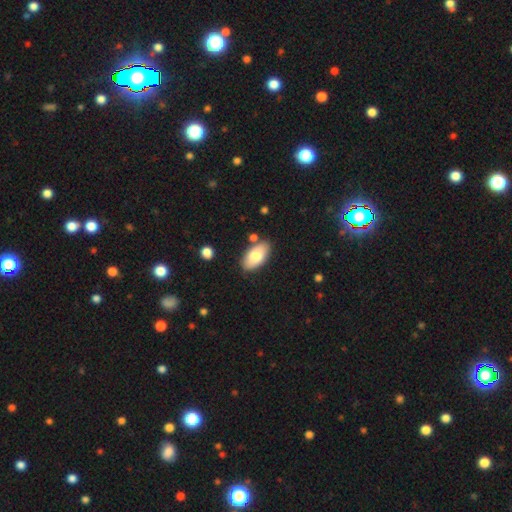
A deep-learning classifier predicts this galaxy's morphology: Overall: smooth (76%). How rounded: in between (94%). Merging: none (82%).